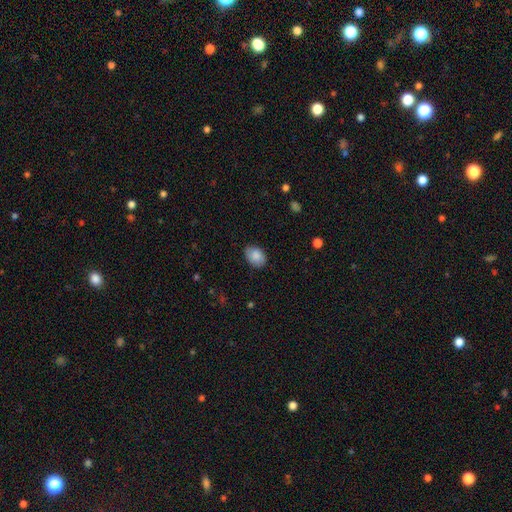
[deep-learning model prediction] smooth 86%, star or artifact 7%, featured or disk 7%. Down the decision tree: how rounded — in between (78%); merging — none (81%).